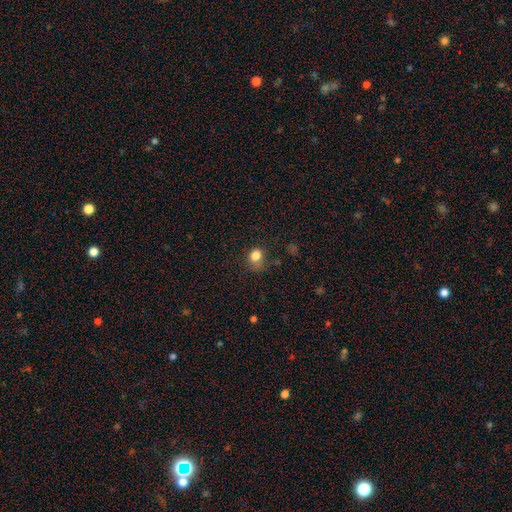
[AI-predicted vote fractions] Morphology: type=smooth (80%); roundness=round (68%); merging=none (59%).